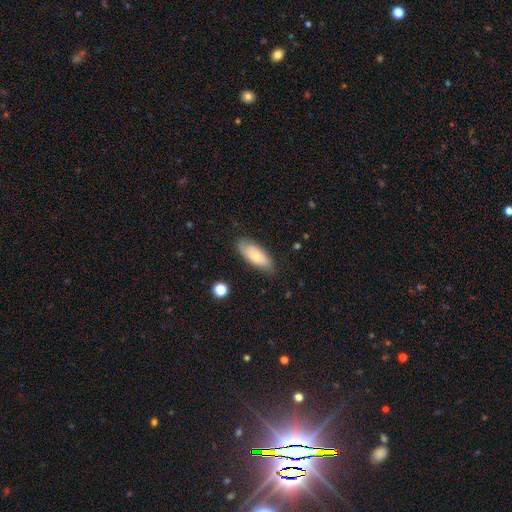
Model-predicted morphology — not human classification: type=smooth (66%); roundness=in between (82%); merging=none (77%).